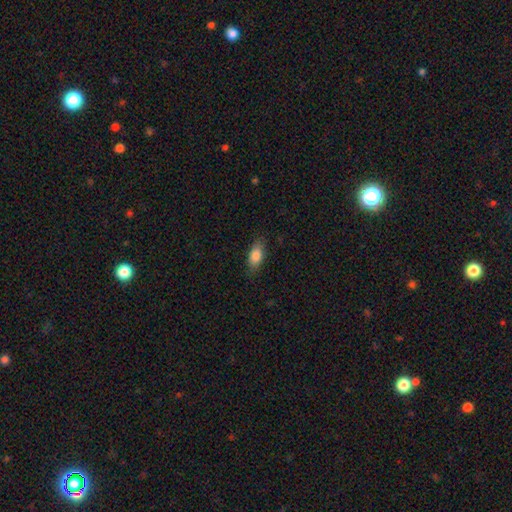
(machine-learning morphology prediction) Smooth or featured? smooth (82%)
How rounded? in between (85%)
Merging? none (82%)